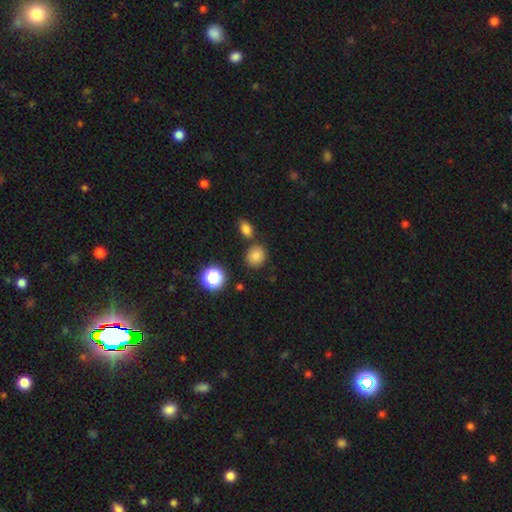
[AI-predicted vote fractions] Q: Smooth or featured?
A: smooth (80%); runner-up: star or artifact (14%)
Q: How rounded?
A: round (74%); runner-up: in between (25%)
Q: Merging?
A: none (77%); runner-up: minor disturbance (10%)